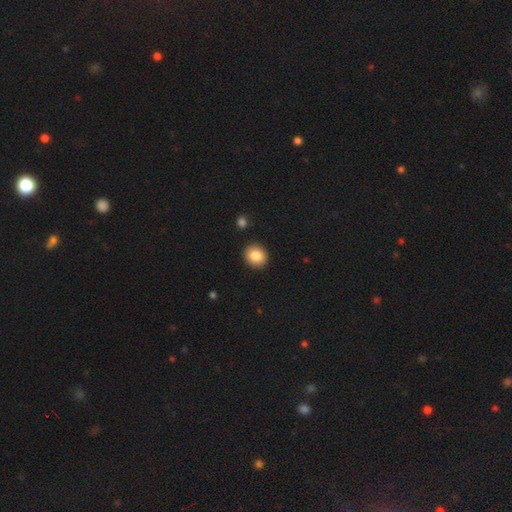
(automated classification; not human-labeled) Q: Smooth or featured?
A: smooth (85%); runner-up: star or artifact (9%)
Q: How rounded?
A: round (80%); runner-up: in between (19%)
Q: Merging?
A: none (91%); runner-up: minor disturbance (6%)